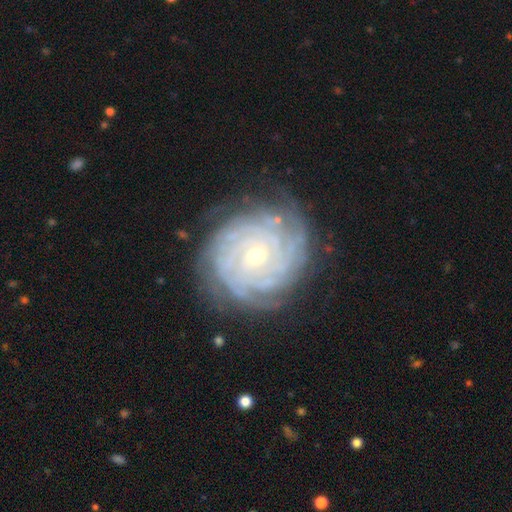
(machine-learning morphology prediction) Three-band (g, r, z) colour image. It shows a featured or disk galaxy (89%) with no bar (64%), tight (87%) spiral arms (98%) and a small central bulge (60%). Merging: none (80%).